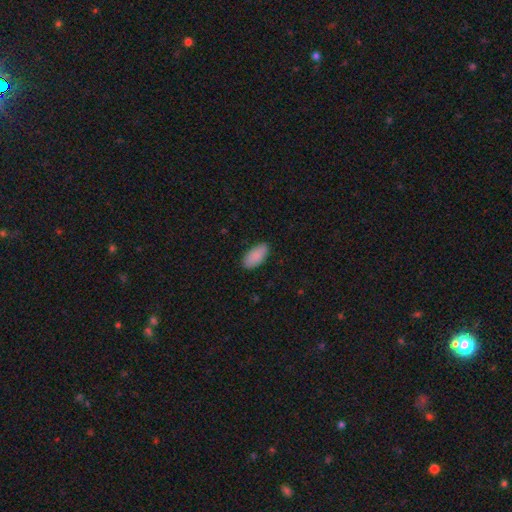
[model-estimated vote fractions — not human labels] Smooth or featured? smooth (89%)
How rounded? in between (93%)
Merging? none (85%)